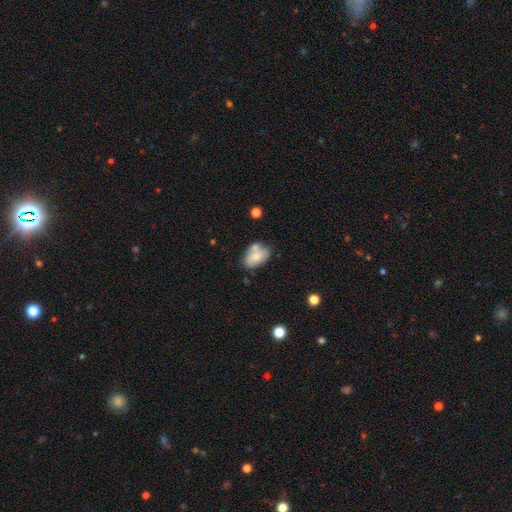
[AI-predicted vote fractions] A smooth galaxy with no disk features (72%) that is in between round and cigar-shaped (89%).

Vote fractions:
- Smooth or featured? smooth: 72% / featured or disk: 21% / star or artifact: 7%
- How rounded? in between: 89% / round: 10% / cigar-shaped: 1%
- Merging? none: 51% / merger: 22% / minor disturbance: 21% / major disturbance: 5%